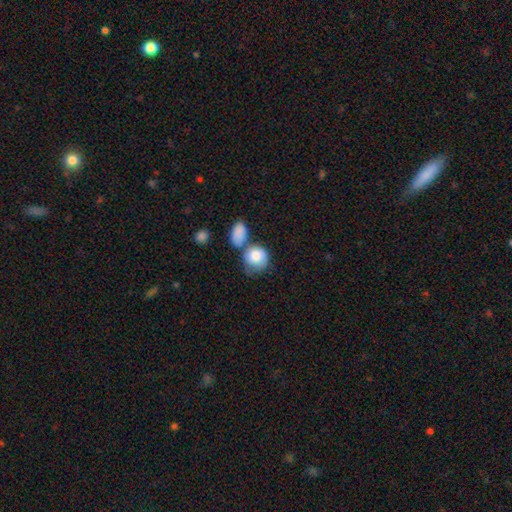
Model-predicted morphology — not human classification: A smooth galaxy with no disk features (81%) that is round (70%). Merging: none (39%).